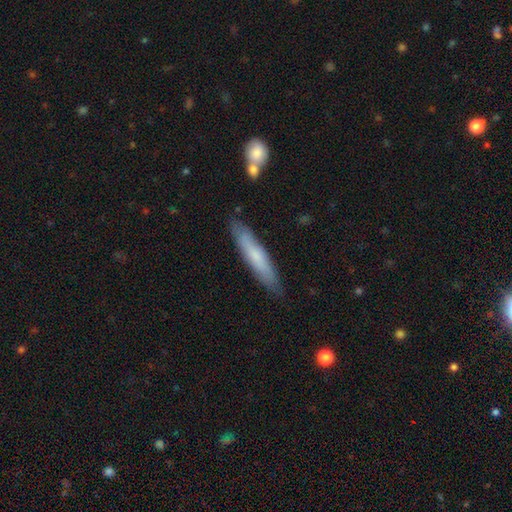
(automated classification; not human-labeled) smooth_or_featured: smooth (p=0.63) [alt: featured or disk p=0.31]
how_rounded: cigar-shaped (p=0.88) [alt: in between p=0.10]
merging: none (p=0.85) [alt: minor disturbance p=0.11]